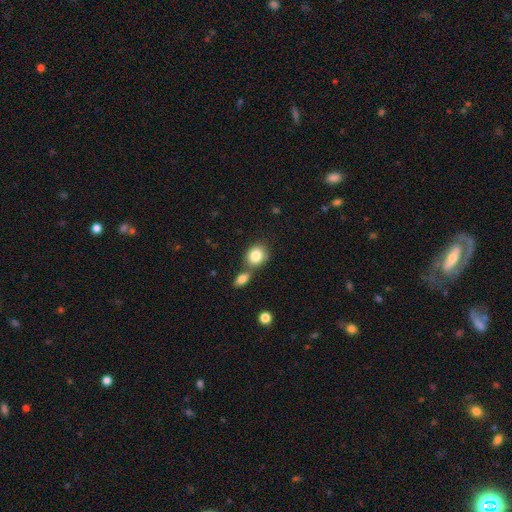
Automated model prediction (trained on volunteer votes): A smooth galaxy with no disk features (84%) that is round (60%). Merging: none (48%).